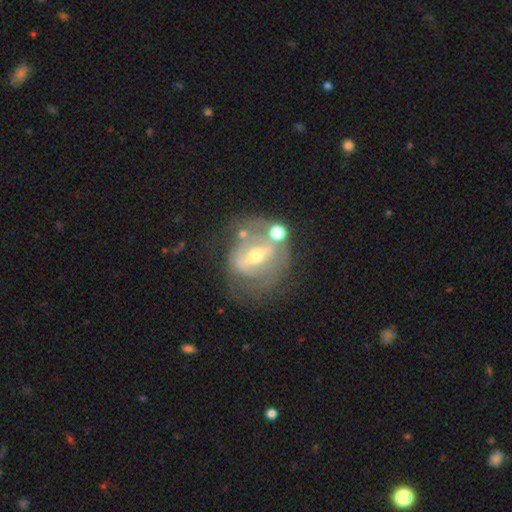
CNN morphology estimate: A featured or disk galaxy (76%) with a strong bar (49%), spiral arms (58%) and a moderate central bulge (56%).

Vote fractions:
- Smooth or featured? featured or disk: 76% / smooth: 16% / star or artifact: 8%
- Edge-on disk? no: 94% / yes: 6%
- Bar? strong: 49% / weak: 35% / no: 16%
- Spiral arms? yes: 58% / no: 42%
- Bulge size? moderate: 56% / small: 39% / large: 3% / none: 1% / dominant: 1%
- Merging? none: 50% / minor disturbance: 20% / major disturbance: 16% / merger: 14%